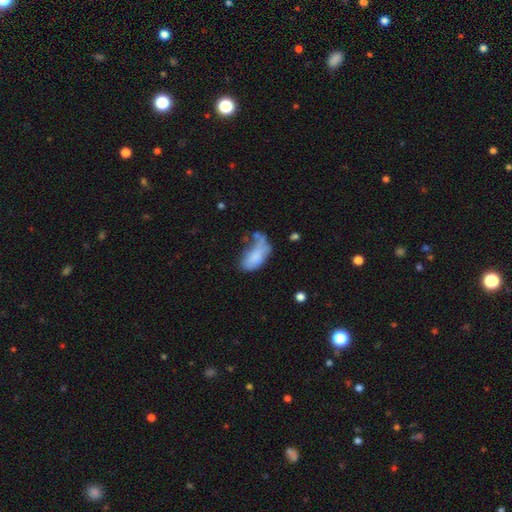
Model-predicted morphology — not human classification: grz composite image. It shows a smooth galaxy with no disk features (70%) that is in between round and cigar-shaped (90%). Merging: major disturbance (31%).